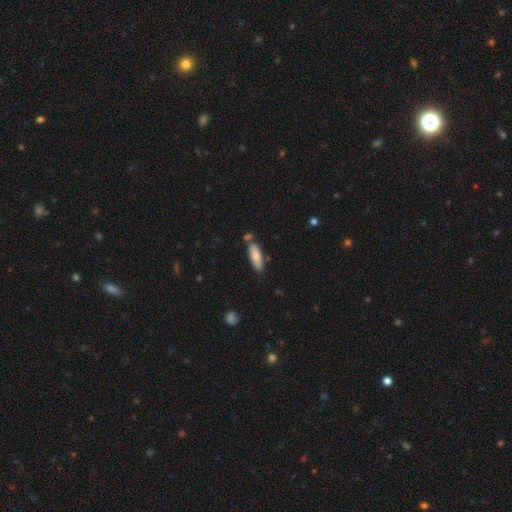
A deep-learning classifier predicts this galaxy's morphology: Smooth or featured: smooth — 81% (featured or disk — 13%)
How rounded: cigar-shaped — 54% (in between — 44%)
Merging: none — 70% (minor disturbance — 15%)